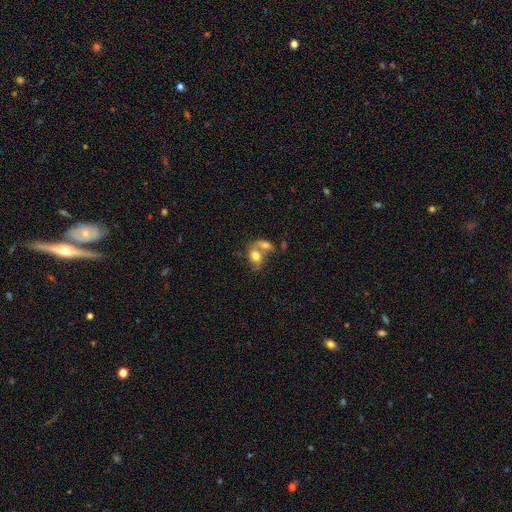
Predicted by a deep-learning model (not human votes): Smooth or featured? smooth (67%)
How rounded? in between (67%)
Merging? merger (64%)